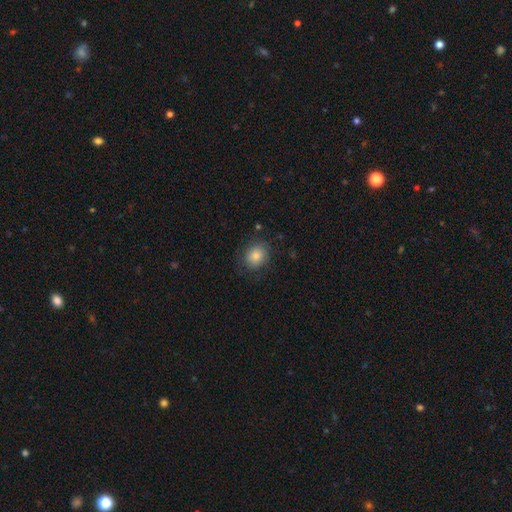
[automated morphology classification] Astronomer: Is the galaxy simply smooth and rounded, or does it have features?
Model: smooth — 83%.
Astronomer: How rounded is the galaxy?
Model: round — 68%.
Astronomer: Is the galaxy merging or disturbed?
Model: none — 82%.